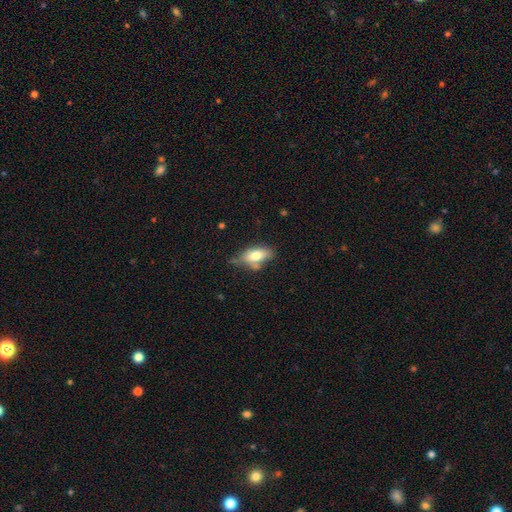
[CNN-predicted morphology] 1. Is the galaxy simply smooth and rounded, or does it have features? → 69% smooth, 23% featured or disk, 8% star or artifact.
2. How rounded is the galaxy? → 84% in between, 11% cigar-shaped, 5% round.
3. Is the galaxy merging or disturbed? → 53% none, 27% minor disturbance, 12% merger, 9% major disturbance.